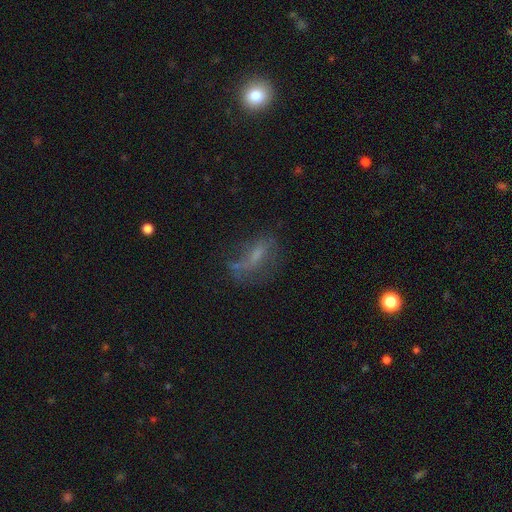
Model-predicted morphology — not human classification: The model was most divided on "smooth or featured": smooth: 43%, featured or disk: 39%, star or artifact: 18%. Remaining: merging — none (44%).